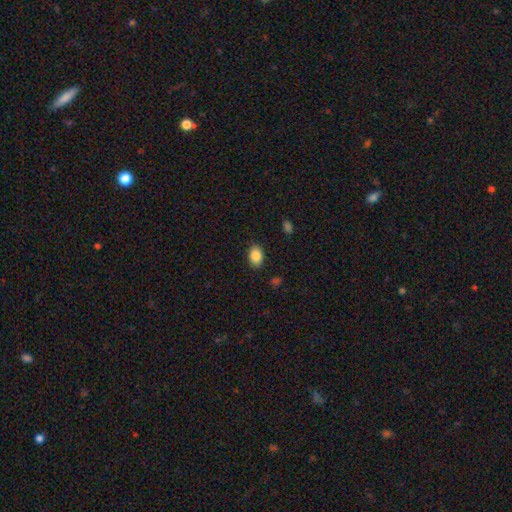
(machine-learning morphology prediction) The model was most divided on "how rounded": in between: 83%, round: 16%, cigar-shaped: 1%. More confident: merging — none (86%); smooth or featured — smooth (86%).